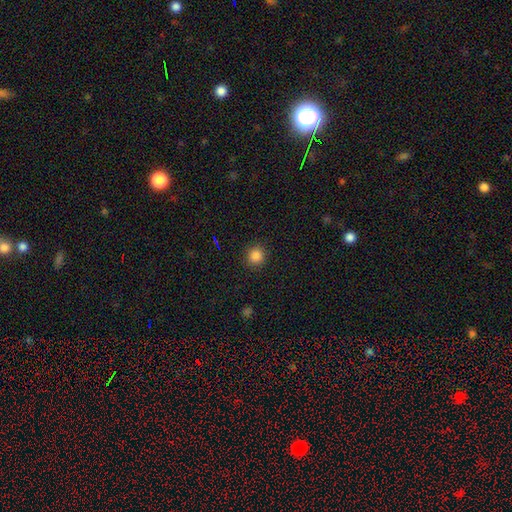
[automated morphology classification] smooth 85%, star or artifact 12%, featured or disk 4%. Down the decision tree: how rounded — round (91%); merging — none (91%).